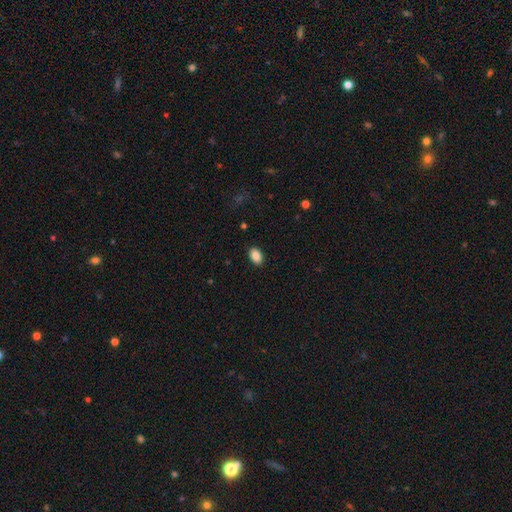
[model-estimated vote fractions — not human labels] Overall: smooth (87%). How rounded: in between (90%). Merging: none (89%).